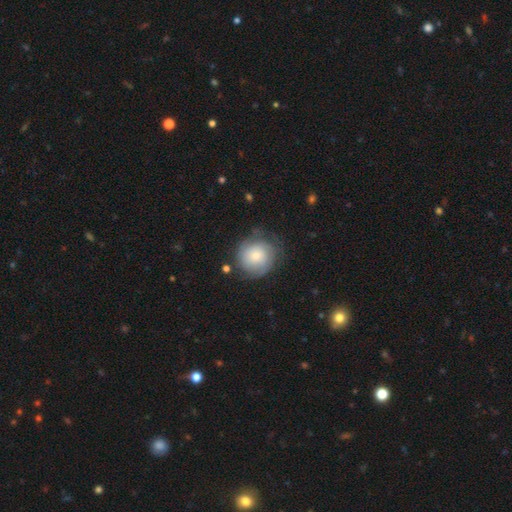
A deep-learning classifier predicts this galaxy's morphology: A smooth galaxy with no disk features (50%).

Vote fractions:
- Smooth or featured? smooth: 50% / featured or disk: 43% / star or artifact: 7%
- Merging? none: 63% / minor disturbance: 23% / major disturbance: 12% / merger: 3%